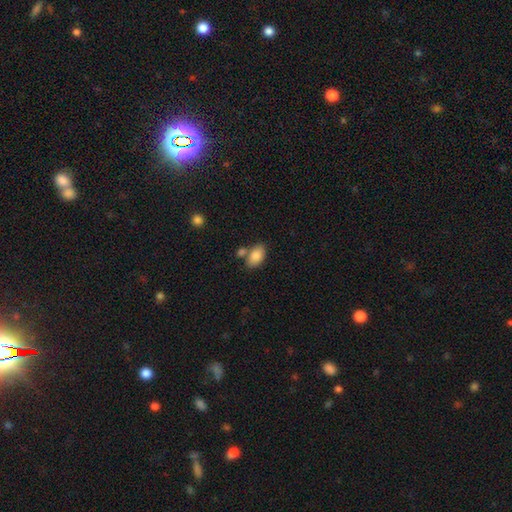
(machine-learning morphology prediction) smooth-or-featured: smooth: 85% | featured or disk: 8% | star or artifact: 7%
  how-rounded: in between: 91% | round: 7% | cigar-shaped: 2%
  merging: none: 61% | merger: 21% | minor disturbance: 14% | major disturbance: 4%